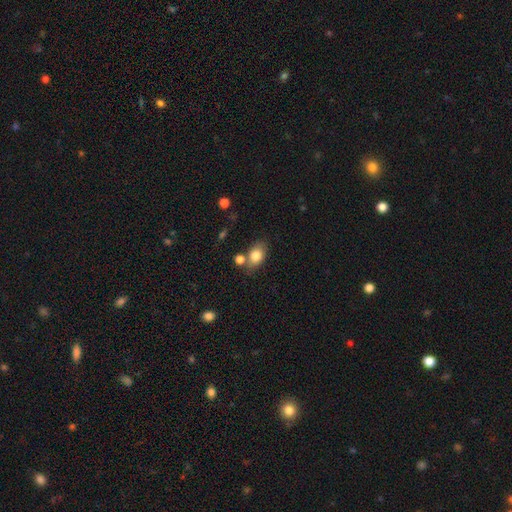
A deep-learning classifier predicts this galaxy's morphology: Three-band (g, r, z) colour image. It shows a smooth galaxy with no disk features (81%) that is in between round and cigar-shaped (80%). Merging: none (63%).